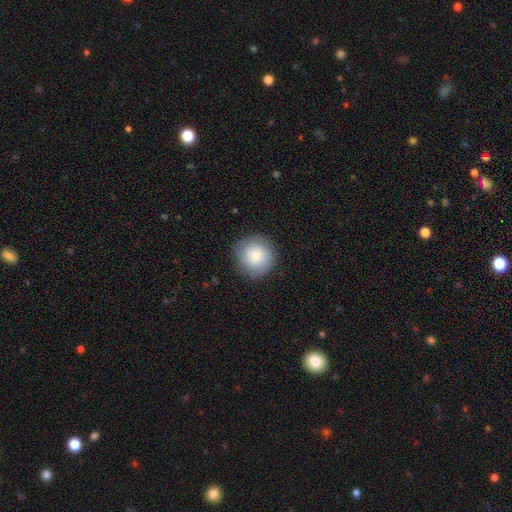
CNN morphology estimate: This is clearly a smooth galaxy (81%). How rounded: clearly round (93%). Merging: clearly none (86%).